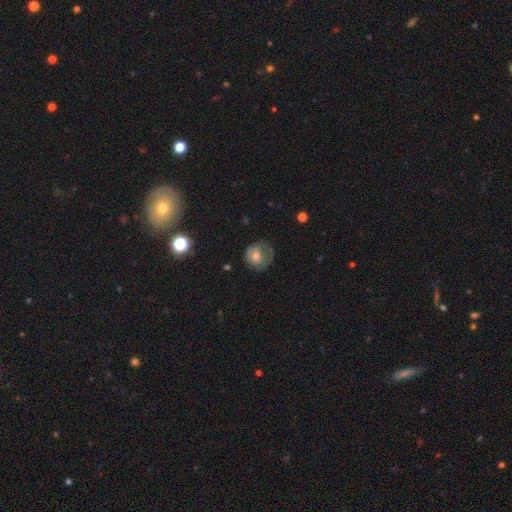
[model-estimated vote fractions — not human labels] A smooth galaxy with no disk features (53%) that is round (76%). Merging: none (53%).